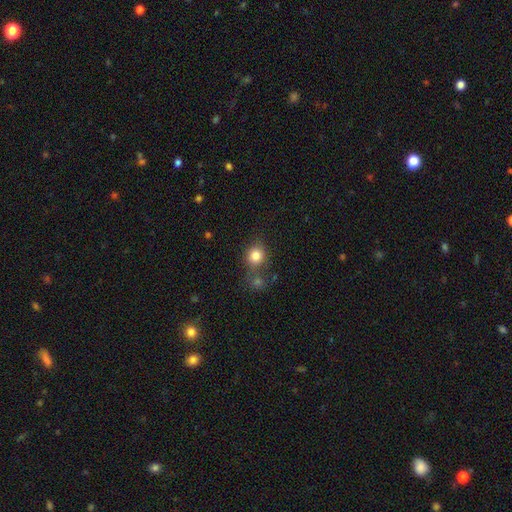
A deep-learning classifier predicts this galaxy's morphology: This is clearly a smooth galaxy (82%). How rounded: clearly round (81%). Merging: likely none (62%).